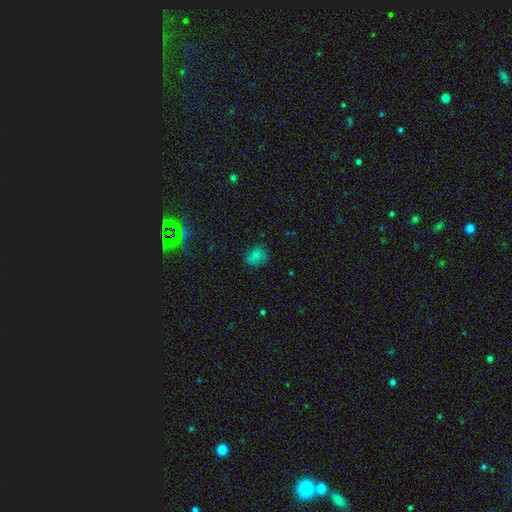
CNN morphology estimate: A smooth galaxy with no disk features (74%) that is round (54%).

Vote fractions:
- Smooth or featured? smooth: 74% / star or artifact: 19% / featured or disk: 7%
- How rounded? round: 54% / in between: 45% / cigar-shaped: 1%
- Merging? none: 74% / minor disturbance: 19% / major disturbance: 5% / merger: 2%